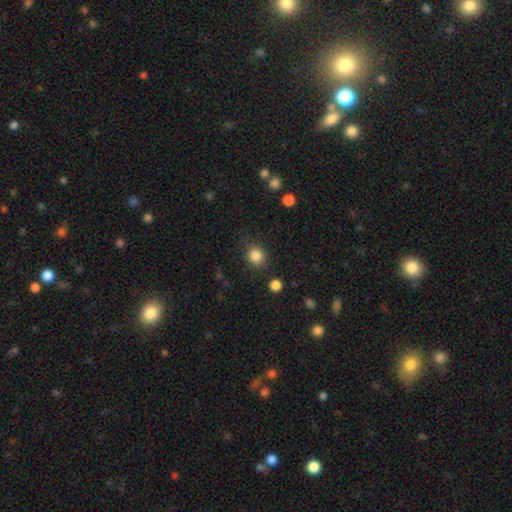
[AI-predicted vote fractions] smooth 85%, star or artifact 10%, featured or disk 4%. Down the decision tree: how rounded — round (80%); merging — none (84%).